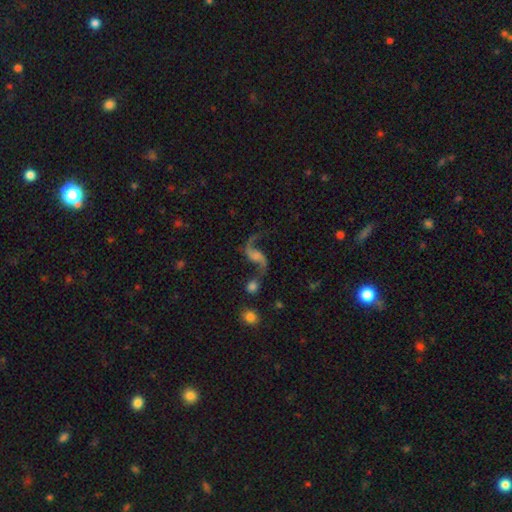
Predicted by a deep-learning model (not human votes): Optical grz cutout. It shows a featured or disk galaxy (88%) with no bar (55%), 2 (93%) loose (90%) spiral arms (96%) and no central bulge (35%). Merging: none (67%).